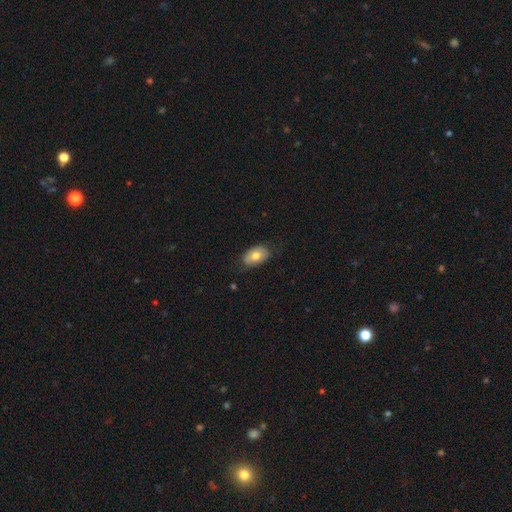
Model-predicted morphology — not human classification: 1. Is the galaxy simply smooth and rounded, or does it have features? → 72% smooth, 21% featured or disk, 7% star or artifact.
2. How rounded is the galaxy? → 90% in between, 9% round, 1% cigar-shaped.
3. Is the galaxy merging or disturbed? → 75% none, 19% minor disturbance, 4% major disturbance, 1% merger.